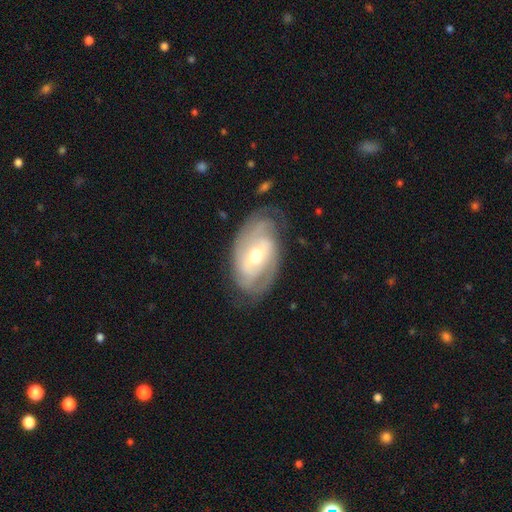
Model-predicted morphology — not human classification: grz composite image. It shows a featured or disk galaxy (82%) with a weak bar (42%), 2 (50%) tight (58%) spiral arms (91%) and a moderate central bulge (66%). Merging: none (72%).